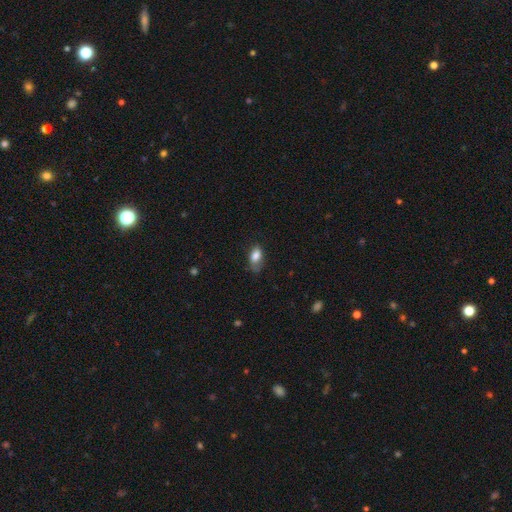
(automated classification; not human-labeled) The model was most divided on "merging": none: 50%, minor disturbance: 35%, major disturbance: 14%, merger: 2%. More confident: how rounded — in between (89%); smooth or featured — smooth (81%).